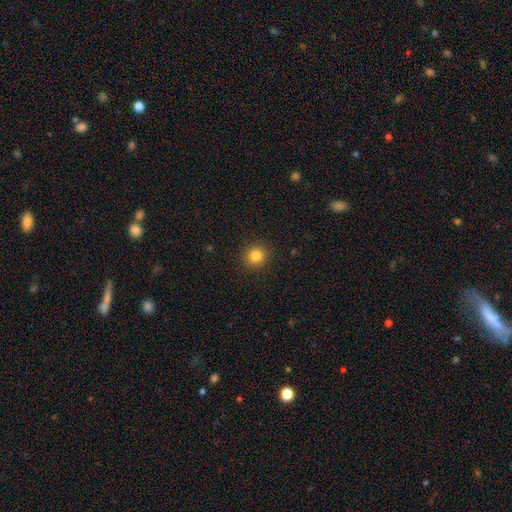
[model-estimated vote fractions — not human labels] This appears to be a smooth galaxy with no disk features (83%) that is round (91%). Merging: none (92%).